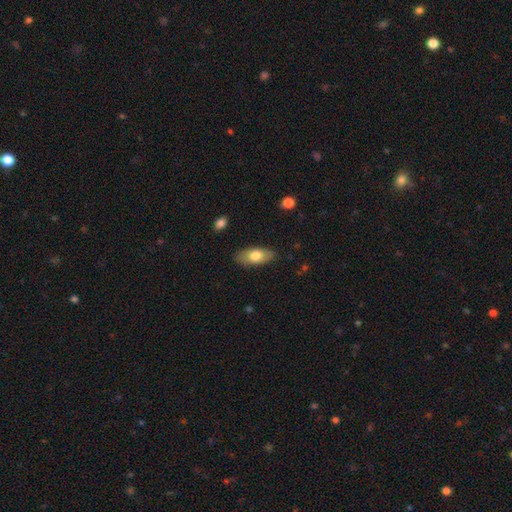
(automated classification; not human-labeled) Overall: smooth (74%). How rounded: in between (87%). Merging: none (84%).